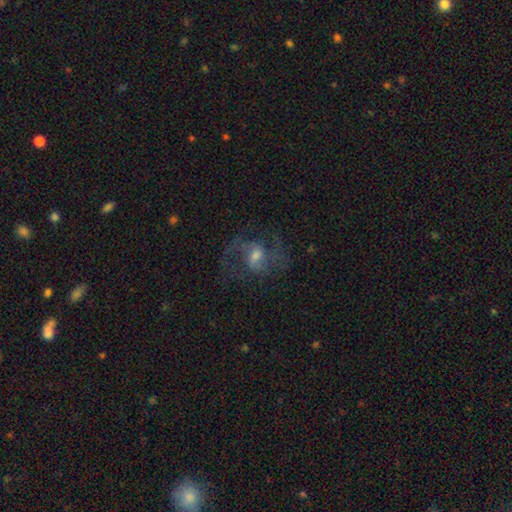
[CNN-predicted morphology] Smooth or featured? featured or disk (76%)
Edge-on disk? no (97%)
Bar? weak (56%)
Spiral arms? yes (91%)
Spiral winding? medium (48%)
Spiral arm count? 2 (78%)
Bulge size? moderate (49%)
Merging? none (63%)